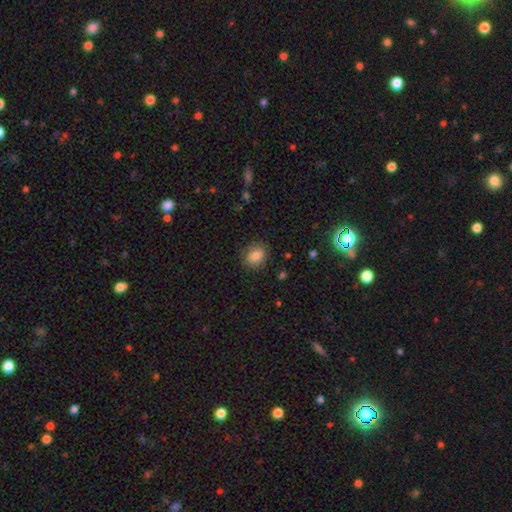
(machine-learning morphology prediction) A smooth galaxy with no disk features (84%) that is round (57%). Merging: none (85%).